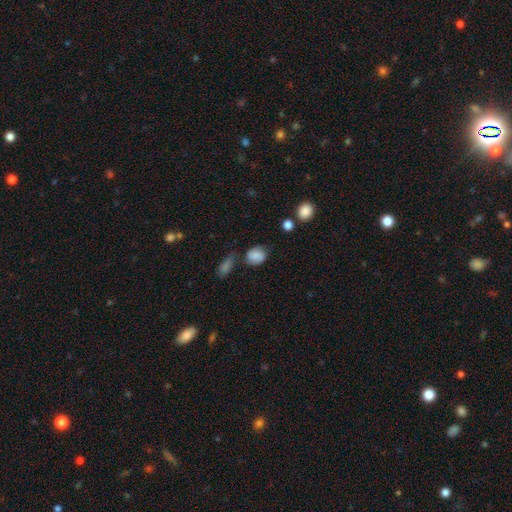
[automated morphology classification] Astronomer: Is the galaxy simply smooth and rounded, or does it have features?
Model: smooth — 79%.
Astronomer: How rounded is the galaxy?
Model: round — 49%, tied with in between at 49%.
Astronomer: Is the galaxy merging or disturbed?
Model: none — 62%.